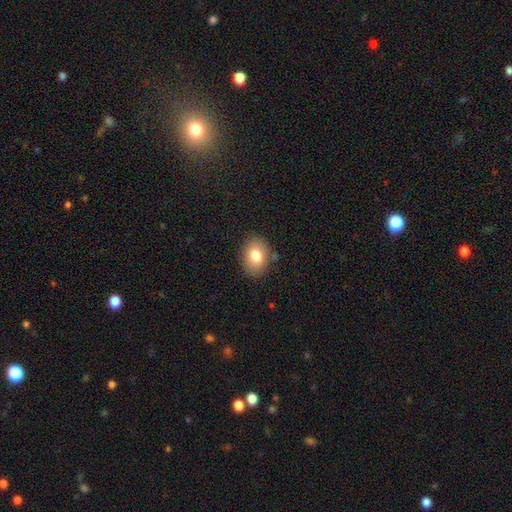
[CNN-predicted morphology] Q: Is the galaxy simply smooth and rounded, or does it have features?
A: smooth — 80%.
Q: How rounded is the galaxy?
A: in between — 61%.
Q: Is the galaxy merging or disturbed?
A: none — 83%.